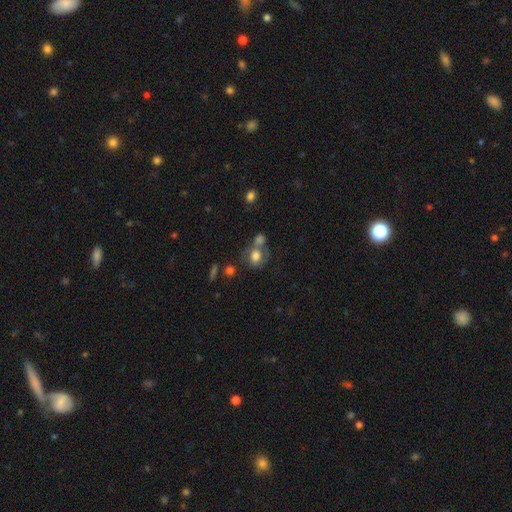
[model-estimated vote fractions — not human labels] smooth-or-featured: smooth: 68% | featured or disk: 22% | star or artifact: 11%
  how-rounded: round: 61% | in between: 38% | cigar-shaped: 1%
  merging: merger: 39% | none: 35% | minor disturbance: 15% | major disturbance: 11%